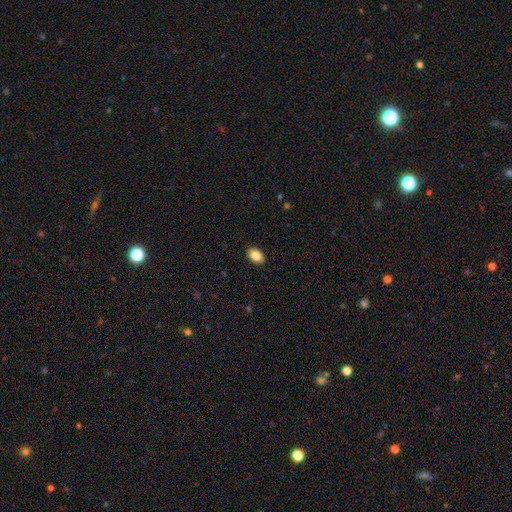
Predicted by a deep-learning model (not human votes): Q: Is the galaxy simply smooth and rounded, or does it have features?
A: smooth — 86%.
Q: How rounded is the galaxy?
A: in between — 85%.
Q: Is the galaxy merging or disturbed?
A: none — 90%.